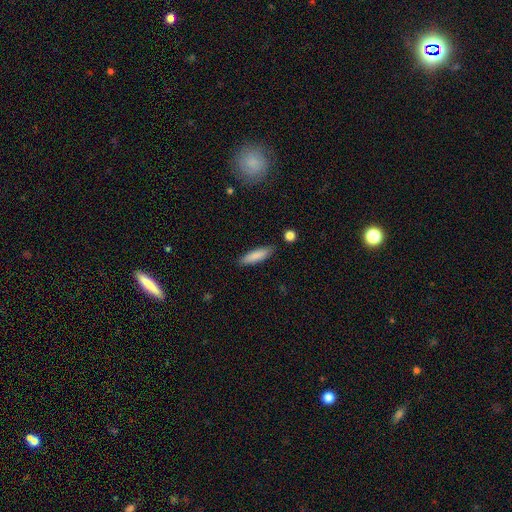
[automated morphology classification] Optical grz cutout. It shows a smooth galaxy with no disk features (85%) that is cigar-shaped (66%). Merging: none (84%).